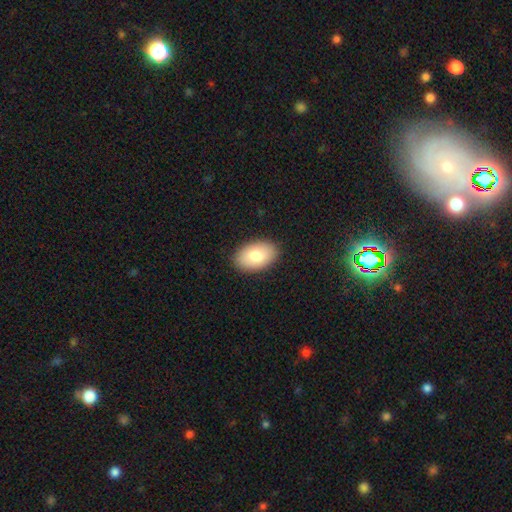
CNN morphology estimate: Smooth or featured: smooth — 83% (featured or disk — 10%)
How rounded: in between — 93% (round — 6%)
Merging: none — 89% (minor disturbance — 8%)